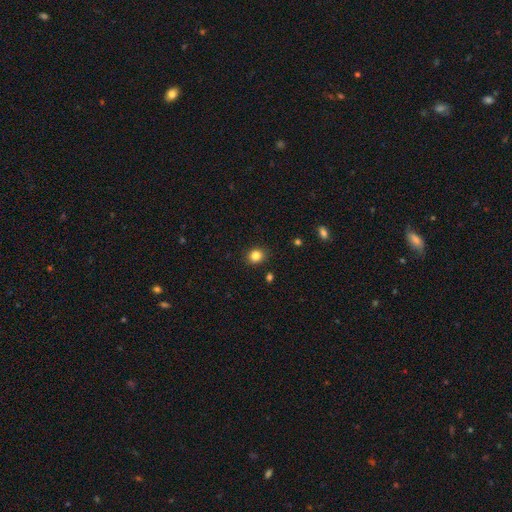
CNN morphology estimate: smooth-or-featured: smooth: 84% | star or artifact: 12% | featured or disk: 5%
  how-rounded: round: 80% | in between: 19% | cigar-shaped: 1%
  merging: none: 89% | minor disturbance: 7% | major disturbance: 2% | merger: 2%